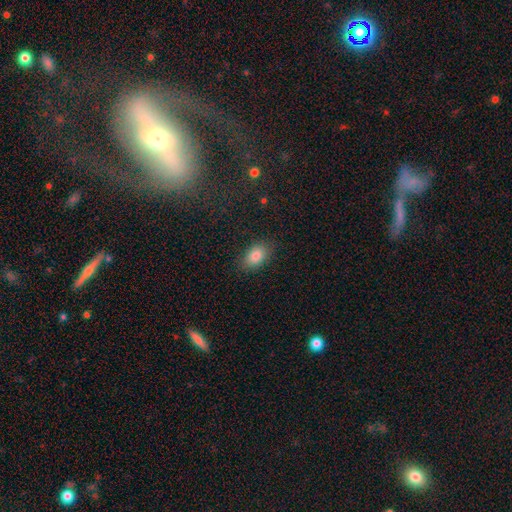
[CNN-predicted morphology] Smooth or featured? Predicted: smooth (p=0.84). How rounded? Predicted: in between (p=0.89). Merging? Predicted: none (p=0.84).